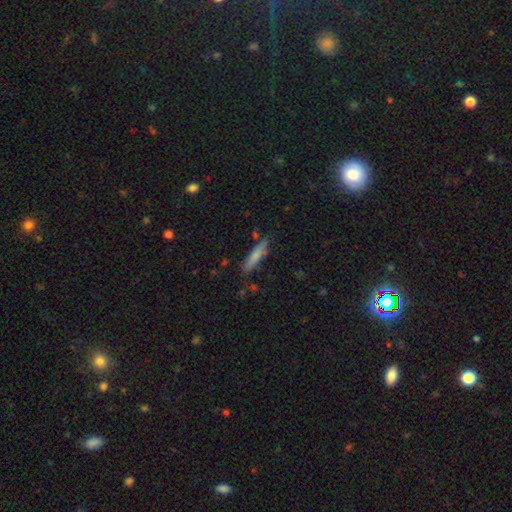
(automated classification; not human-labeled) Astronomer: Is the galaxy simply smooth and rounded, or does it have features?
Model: smooth — 74%.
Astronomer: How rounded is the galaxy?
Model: cigar-shaped — 86%.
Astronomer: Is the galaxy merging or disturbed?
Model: none — 81%.